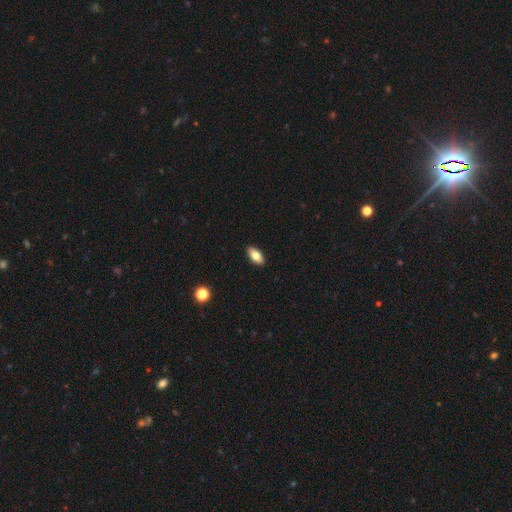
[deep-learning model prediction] Morphology: type=smooth (78%); roundness=in between (89%); merging=none (90%).